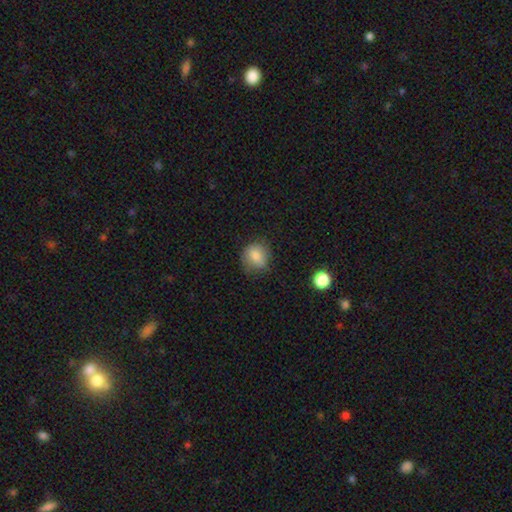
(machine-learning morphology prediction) Smooth or featured? smooth (79%)
How rounded? round (79%)
Merging? none (72%)